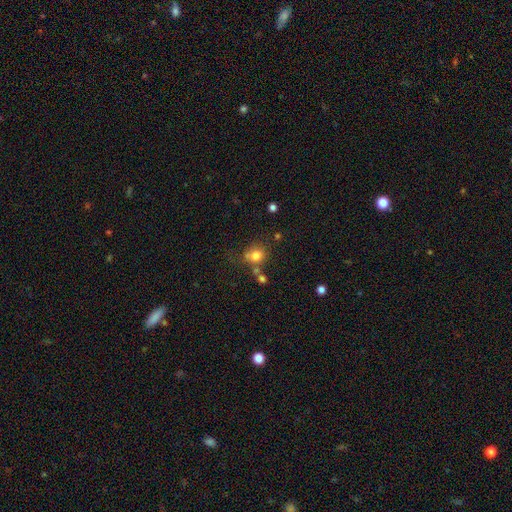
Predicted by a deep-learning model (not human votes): Smooth or featured: smooth — 78% (star or artifact — 13%)
How rounded: round — 78% (in between — 21%)
Merging: none — 58% (merger — 20%)